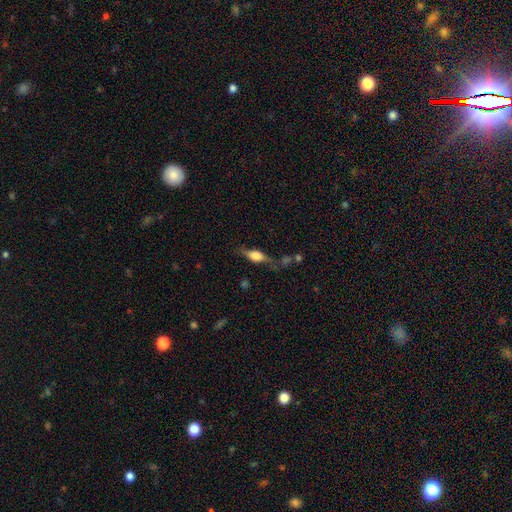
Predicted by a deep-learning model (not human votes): The model was most divided on "smooth or featured": featured or disk: 50%, smooth: 41%, star or artifact: 9%. More confident: edge-on disk — yes (87%); merging — none (60%).